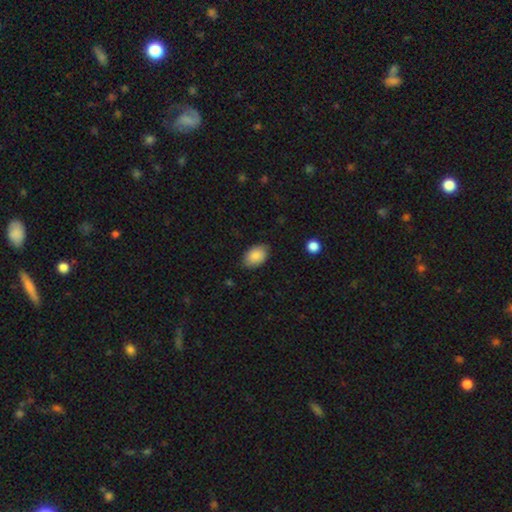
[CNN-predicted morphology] Overall: smooth (88%). How rounded: in between (88%). Merging: none (83%).